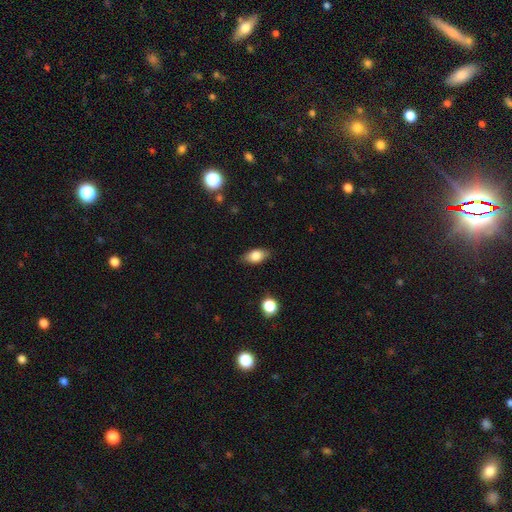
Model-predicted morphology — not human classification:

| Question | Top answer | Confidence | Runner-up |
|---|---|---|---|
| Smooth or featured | smooth | 79% | featured or disk (13%) |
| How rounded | in between | 87% | round (8%) |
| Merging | none | 83% | minor disturbance (12%) |